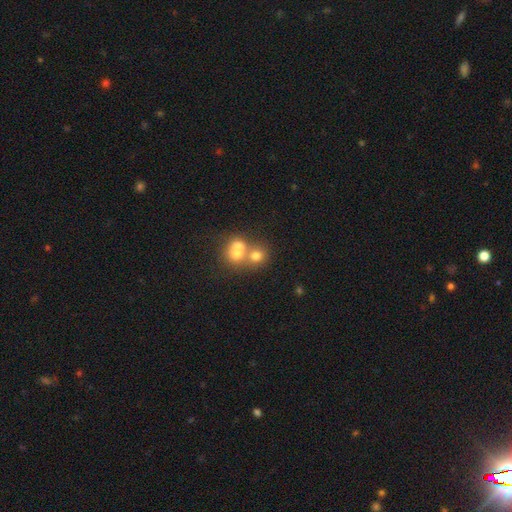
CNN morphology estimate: Smooth or featured: smooth — 67% (featured or disk — 19%)
How rounded: round — 77% (in between — 22%)
Merging: merger — 56% (none — 35%)